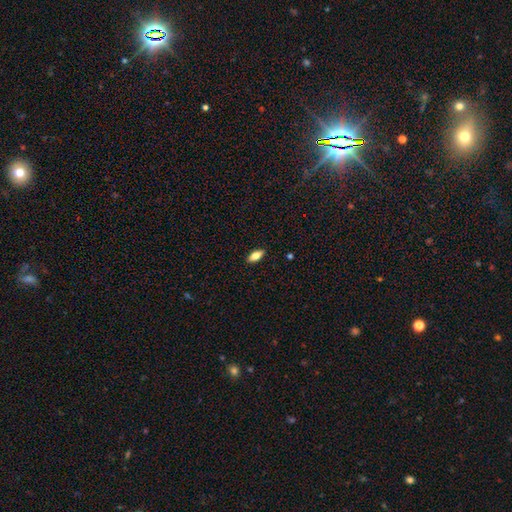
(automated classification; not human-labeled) Smooth or featured: smooth — 74% (featured or disk — 19%)
How rounded: in between — 80% (cigar-shaped — 17%)
Merging: none — 89% (minor disturbance — 8%)